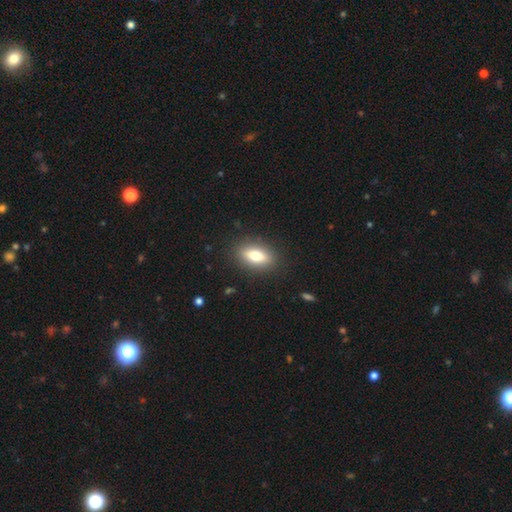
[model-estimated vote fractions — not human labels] smooth-or-featured: smooth: 73% | featured or disk: 19% | star or artifact: 8%
  how-rounded: in between: 82% | cigar-shaped: 12% | round: 7%
  merging: none: 87% | minor disturbance: 9% | major disturbance: 3% | merger: 1%